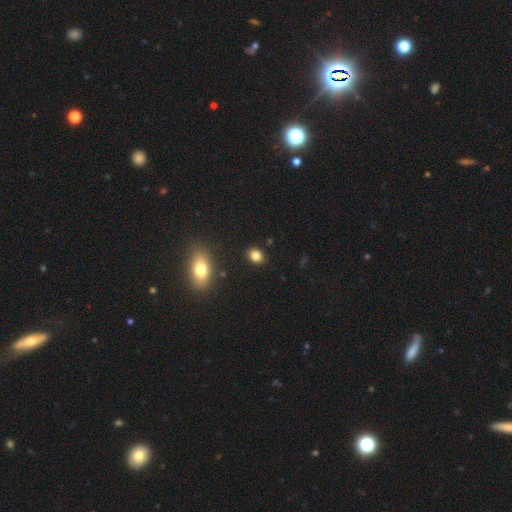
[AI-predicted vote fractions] Q: Smooth or featured?
A: smooth (84%); runner-up: star or artifact (11%)
Q: How rounded?
A: round (51%); runner-up: in between (48%)
Q: Merging?
A: none (88%); runner-up: minor disturbance (8%)